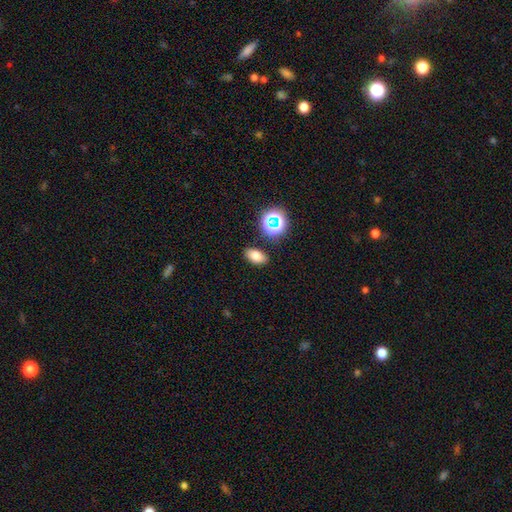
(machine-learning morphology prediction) smooth-or-featured: smooth: 75% | star or artifact: 16% | featured or disk: 9%
  how-rounded: in between: 88% | round: 10% | cigar-shaped: 2%
  merging: none: 84% | minor disturbance: 10% | merger: 4% | major disturbance: 3%